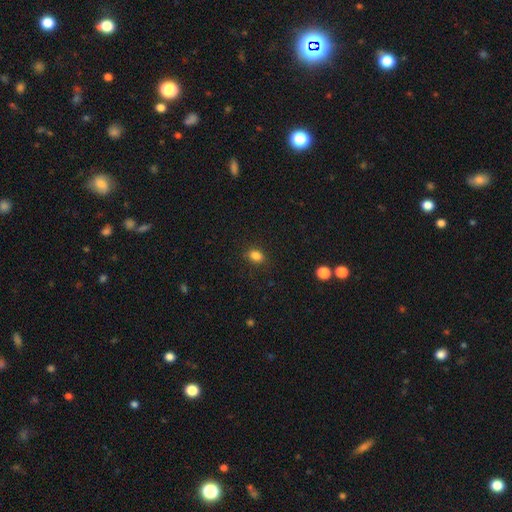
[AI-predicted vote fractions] Smooth or featured?
  - smooth: 84% *
  - star or artifact: 12%
  - featured or disk: 4%
How rounded?
  - in between: 71% *
  - round: 28%
  - cigar-shaped: 2%
Merging?
  - none: 84% *
  - minor disturbance: 12%
  - major disturbance: 3%
  - merger: 1%